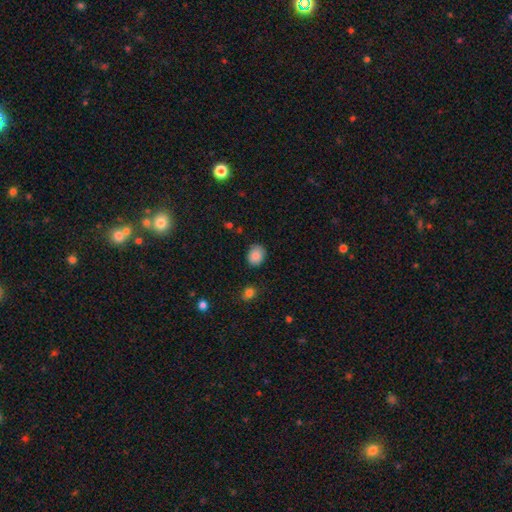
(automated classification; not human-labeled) Smooth or featured? Predicted: smooth (p=0.86). How rounded? Predicted: round (p=0.54). Merging? Predicted: none (p=0.83).